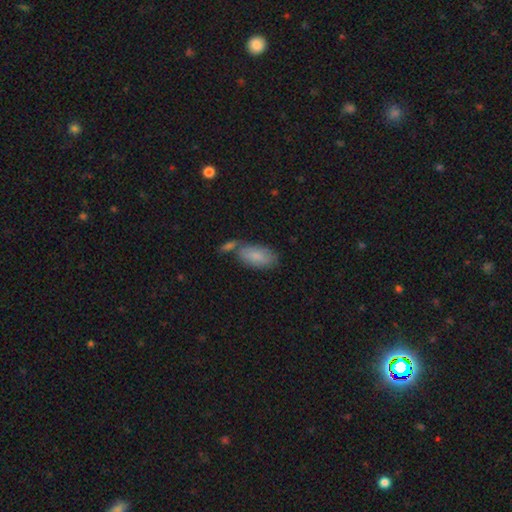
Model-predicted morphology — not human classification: Smooth or featured? Predicted: smooth (p=0.83). How rounded? Predicted: in between (p=0.92). Merging? Predicted: none (p=0.56).